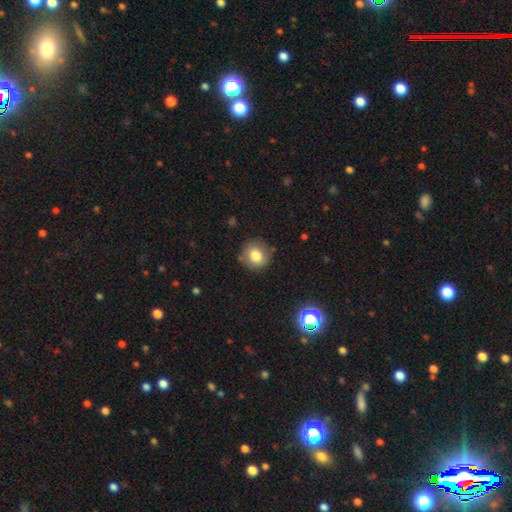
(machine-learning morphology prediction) smooth_or_featured: smooth (p=0.80) [alt: star or artifact p=0.11]
how_rounded: round (p=0.88) [alt: in between p=0.11]
merging: none (p=0.84) [alt: minor disturbance p=0.12]